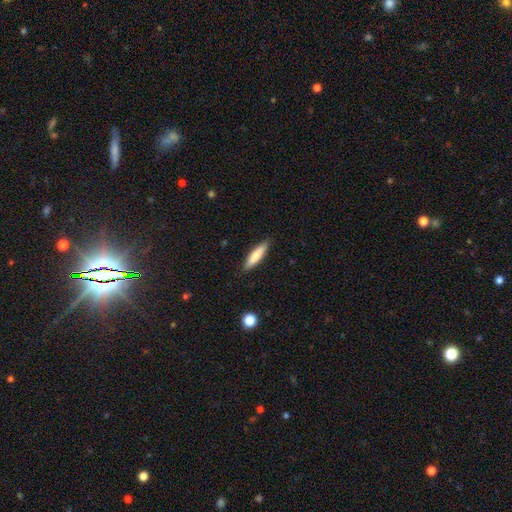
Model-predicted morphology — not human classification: This is likely a smooth galaxy (72%). How rounded: likely cigar-shaped (75%). Merging: clearly none (89%).